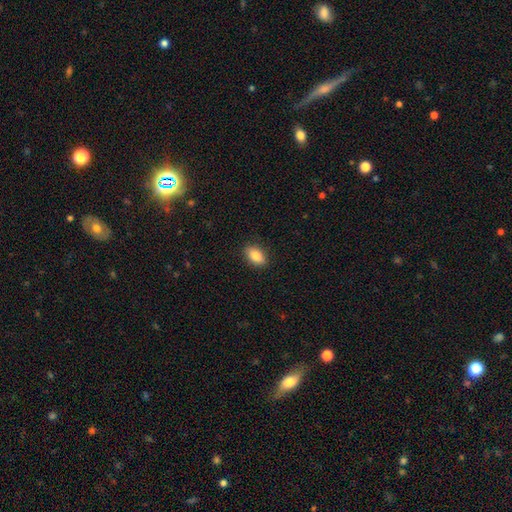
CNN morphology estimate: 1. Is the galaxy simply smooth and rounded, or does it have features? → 83% smooth, 9% featured or disk, 8% star or artifact.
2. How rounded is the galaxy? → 88% in between, 8% round, 4% cigar-shaped.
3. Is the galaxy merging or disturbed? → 88% none, 9% minor disturbance, 2% major disturbance, 1% merger.